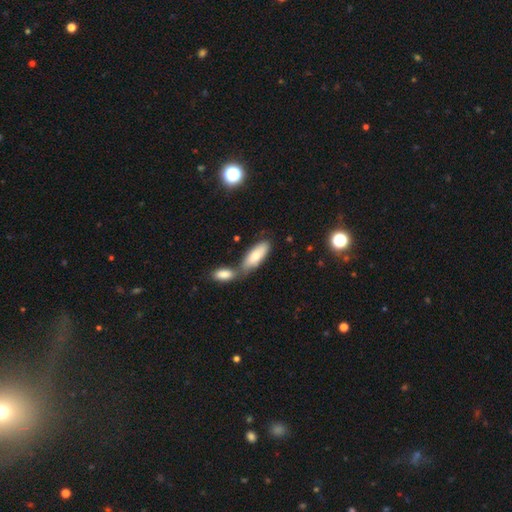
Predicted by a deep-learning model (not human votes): Smooth or featured? smooth (76%)
How rounded? in between (73%)
Merging? none (45%)